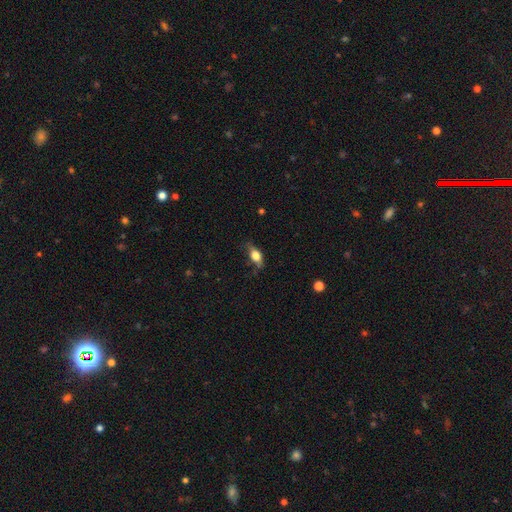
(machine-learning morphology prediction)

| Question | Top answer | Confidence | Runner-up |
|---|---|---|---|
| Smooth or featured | smooth | 67% | featured or disk (24%) |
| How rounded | in between | 77% | cigar-shaped (13%) |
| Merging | none | 55% | minor disturbance (30%) |